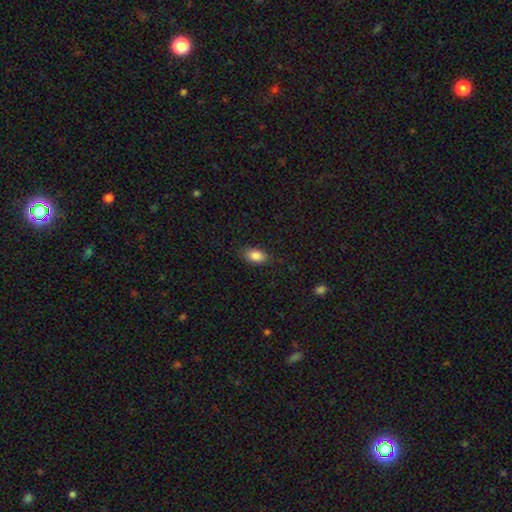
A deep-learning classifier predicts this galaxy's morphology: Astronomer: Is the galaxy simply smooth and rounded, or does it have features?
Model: smooth — 86%.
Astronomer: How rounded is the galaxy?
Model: in between — 89%.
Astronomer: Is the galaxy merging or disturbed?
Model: none — 84%.